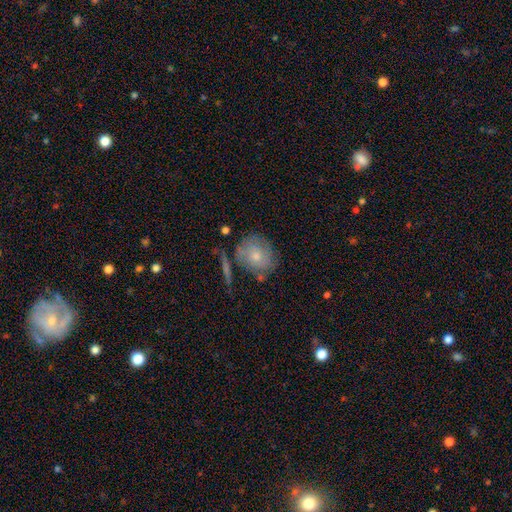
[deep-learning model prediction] Smooth or featured? Predicted: smooth (p=0.59). How rounded? Predicted: round (p=0.72). Merging? Predicted: none (p=0.62).